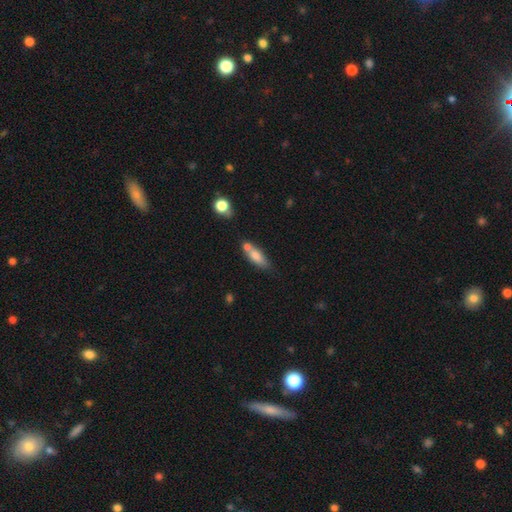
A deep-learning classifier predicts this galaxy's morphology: type=smooth (75%); roundness=in between (60%); merging=none (47%).